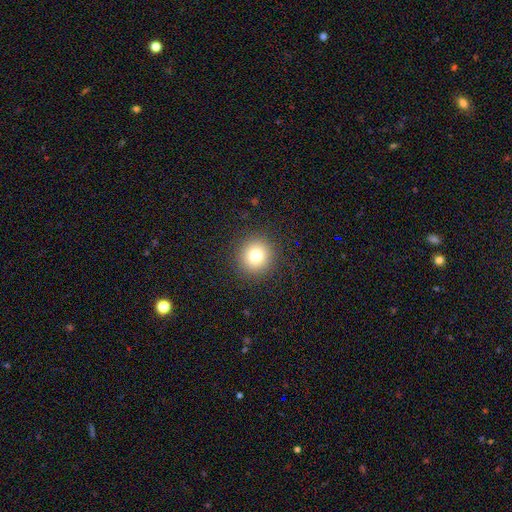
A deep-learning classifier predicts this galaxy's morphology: Q: Smooth or featured?
A: smooth (77%); runner-up: star or artifact (14%)
Q: How rounded?
A: round (93%); runner-up: in between (6%)
Q: Merging?
A: none (91%); runner-up: minor disturbance (6%)